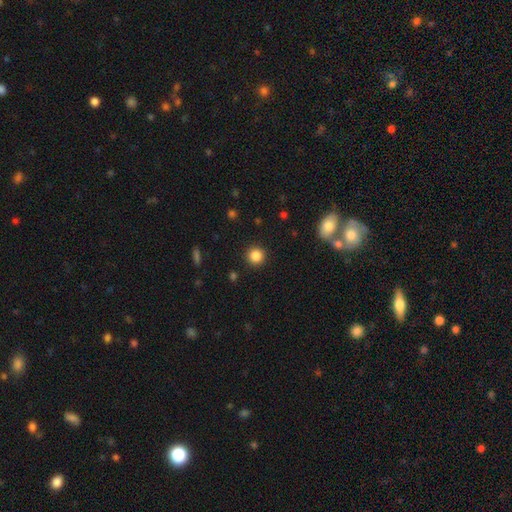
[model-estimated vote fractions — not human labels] The model was most divided on "smooth or featured": smooth: 85%, star or artifact: 11%, featured or disk: 4%. More confident: how rounded — round (94%); merging — none (92%).